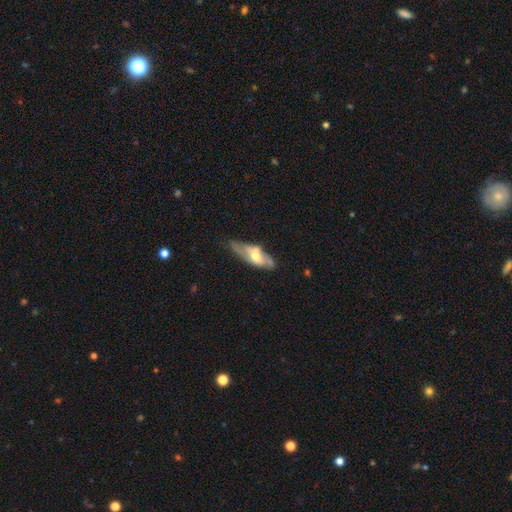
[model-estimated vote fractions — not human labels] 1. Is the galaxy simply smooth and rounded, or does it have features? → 56% featured or disk, 38% smooth, 6% star or artifact.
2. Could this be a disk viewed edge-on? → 66% no, 34% yes.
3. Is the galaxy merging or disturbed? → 48% none, 33% minor disturbance, 14% major disturbance, 4% merger.